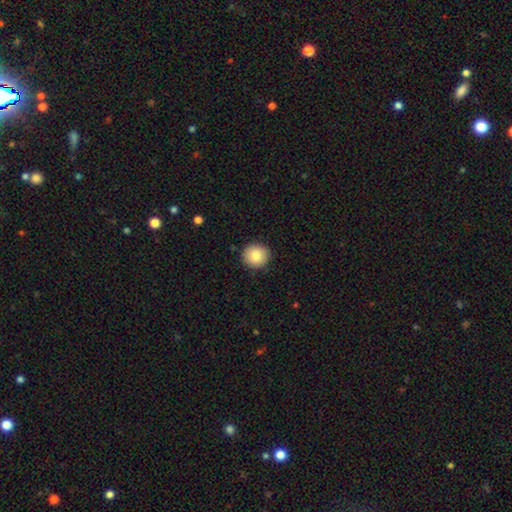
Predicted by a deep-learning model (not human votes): Smooth or featured: smooth — 85% (star or artifact — 8%)
How rounded: round — 92% (in between — 7%)
Merging: none — 90% (minor disturbance — 7%)